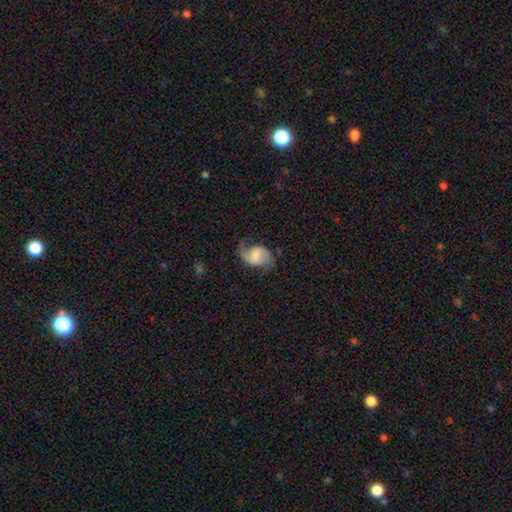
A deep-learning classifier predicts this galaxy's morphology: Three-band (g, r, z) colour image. It shows a featured or disk galaxy (76%) with a weak bar (50%), 2 (73%) loose (44%) spiral arms (94%) and a moderate central bulge (41%). Merging: none (60%).